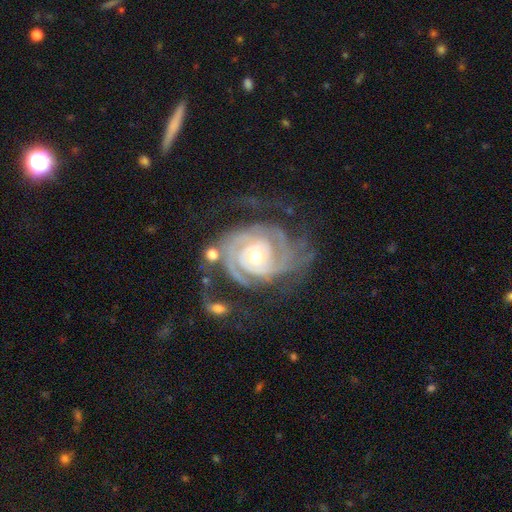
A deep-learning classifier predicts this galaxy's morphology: Smooth or featured?
  - featured or disk: 92% *
  - star or artifact: 5%
  - smooth: 4%
Edge-on disk?
  - no: 97% *
  - yes: 3%
Bar?
  - no: 69% *
  - weak: 22%
  - strong: 9%
Spiral arms?
  - yes: 98% *
  - no: 2%
Spiral winding?
  - tight: 78% *
  - medium: 19%
  - loose: 4%
Spiral arm count?
  - 2: 33% *
  - 3: 26%
  - can't tell: 18%
  - 4: 11%
  - more than 4: 6%
  - 1: 6%
Bulge size?
  - moderate: 56% *
  - small: 38%
  - large: 4%
  - none: 1%
  - dominant: 1%
Merging?
  - none: 51% *
  - major disturbance: 22%
  - minor disturbance: 21%
  - merger: 6%